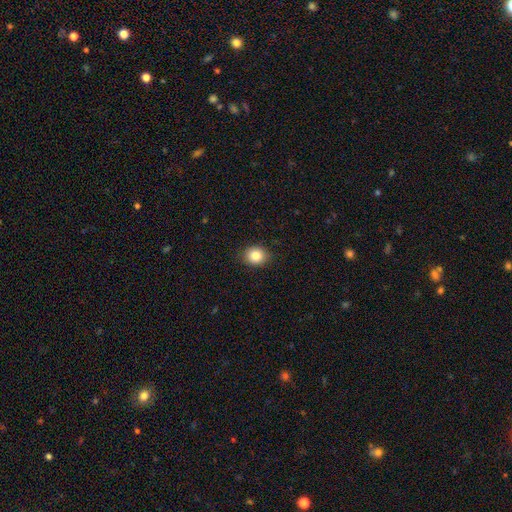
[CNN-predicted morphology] This appears to be a smooth galaxy with no disk features (84%) that is round (69%). Merging: none (89%).